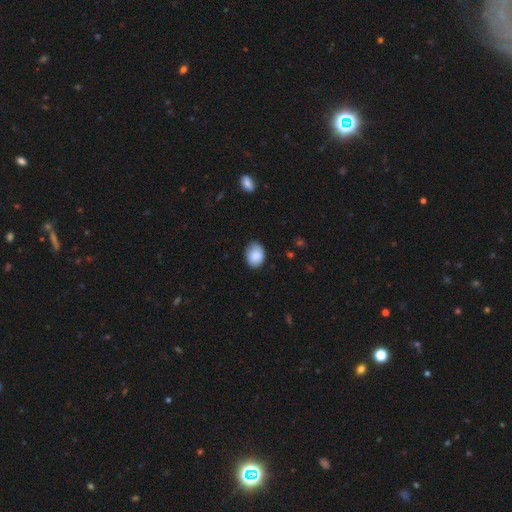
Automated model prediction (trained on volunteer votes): Smooth or featured? smooth (88%)
How rounded? in between (57%)
Merging? none (80%)